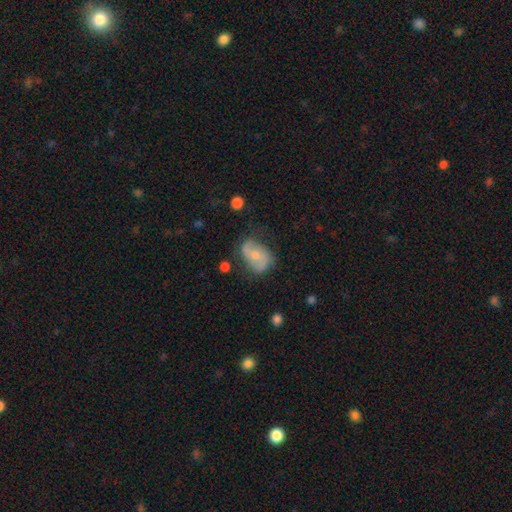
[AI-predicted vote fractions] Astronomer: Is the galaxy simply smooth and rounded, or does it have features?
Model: featured or disk — 56% (runner-up: smooth, 36%).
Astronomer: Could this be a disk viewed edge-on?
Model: no — 96%.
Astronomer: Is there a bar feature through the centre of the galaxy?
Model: no — 62%.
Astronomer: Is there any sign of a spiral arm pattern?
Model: yes — 79%.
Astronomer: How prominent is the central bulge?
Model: moderate — 50% (runner-up: small, 44%).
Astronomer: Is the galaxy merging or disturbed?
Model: none — 61%.